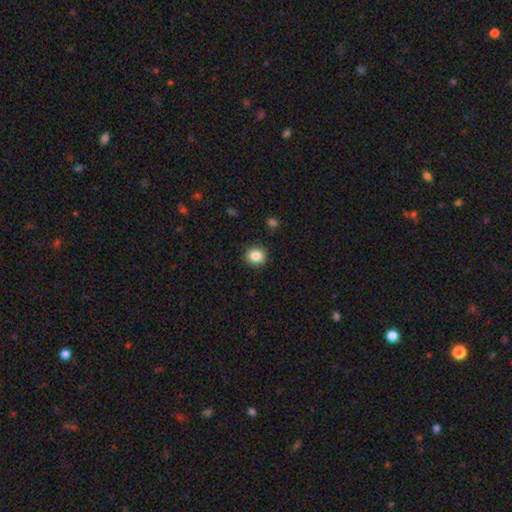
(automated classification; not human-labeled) smooth 85%, star or artifact 10%, featured or disk 5%. Down the decision tree: how rounded — round (86%); merging — none (89%).